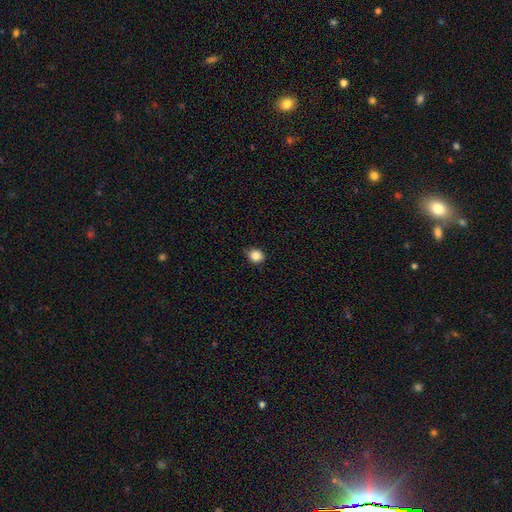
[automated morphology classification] smooth_or_featured: smooth (p=0.85) [alt: star or artifact p=0.11]
how_rounded: round (p=0.79) [alt: in between p=0.21]
merging: none (p=0.86) [alt: minor disturbance p=0.11]